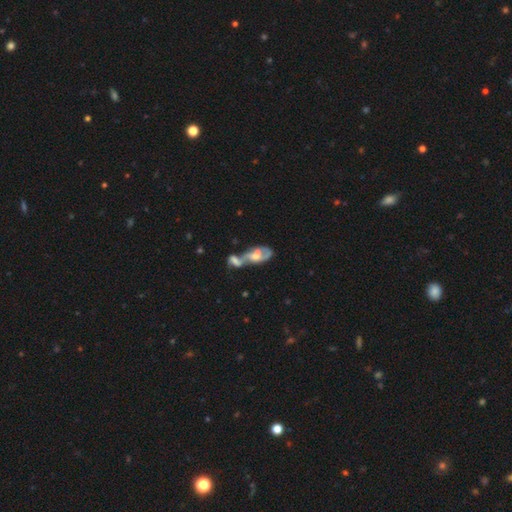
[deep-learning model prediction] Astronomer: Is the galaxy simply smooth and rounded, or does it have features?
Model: featured or disk — 62%.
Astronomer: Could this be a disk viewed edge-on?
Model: no — 93%.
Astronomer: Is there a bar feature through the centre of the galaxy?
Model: no — 68%.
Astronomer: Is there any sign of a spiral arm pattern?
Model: yes — 58% (runner-up: no, 42%).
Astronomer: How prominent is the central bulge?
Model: moderate — 42% (runner-up: small, 26%).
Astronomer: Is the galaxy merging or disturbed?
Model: merger — 69%.